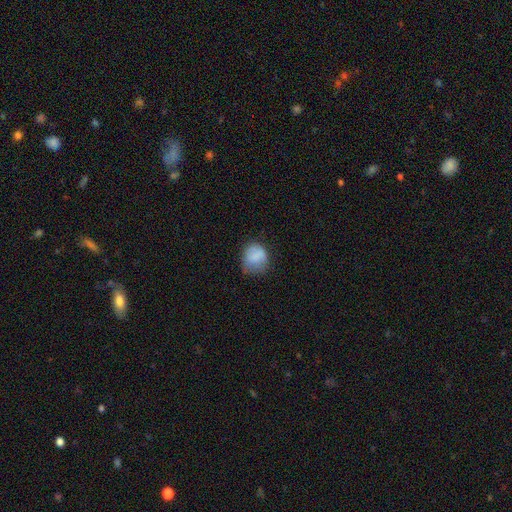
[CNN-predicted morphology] Overall: smooth (78%). How rounded: round (67%; in between 32%). Merging: none (50%; minor disturbance 34%).